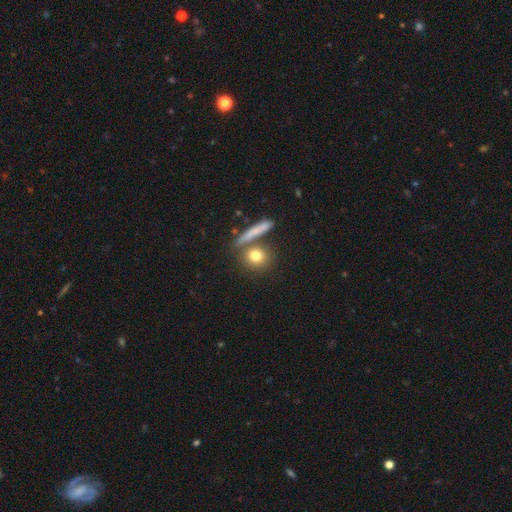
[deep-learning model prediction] Smooth or featured? Predicted: smooth (p=0.76). How rounded? Predicted: round (p=0.77). Merging? Predicted: none (p=0.68).